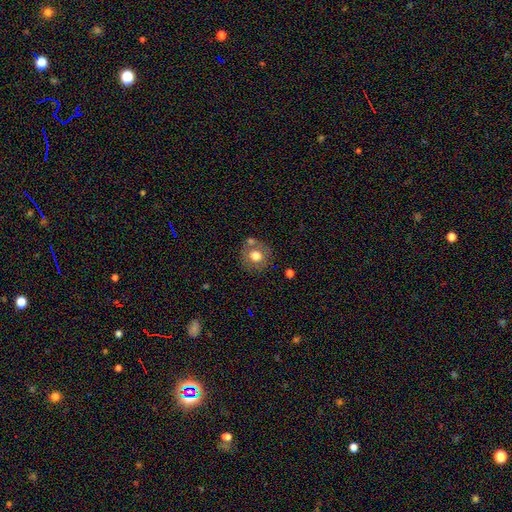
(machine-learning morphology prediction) Q: Smooth or featured?
A: smooth (71%); runner-up: featured or disk (19%)
Q: How rounded?
A: round (88%); runner-up: in between (11%)
Q: Merging?
A: none (68%); runner-up: merger (14%)